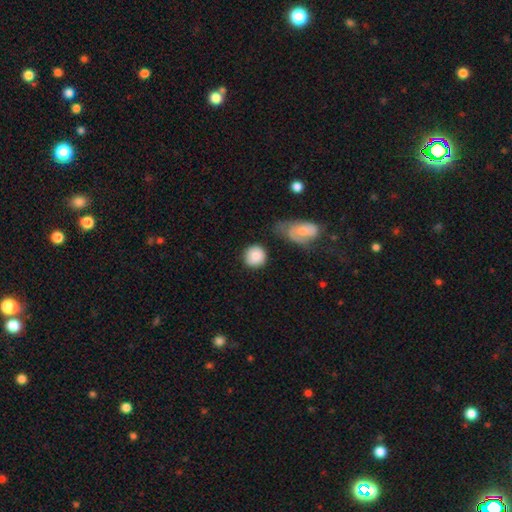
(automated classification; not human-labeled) This appears to be a smooth galaxy with no disk features (81%) that is round (88%). Merging: none (68%).